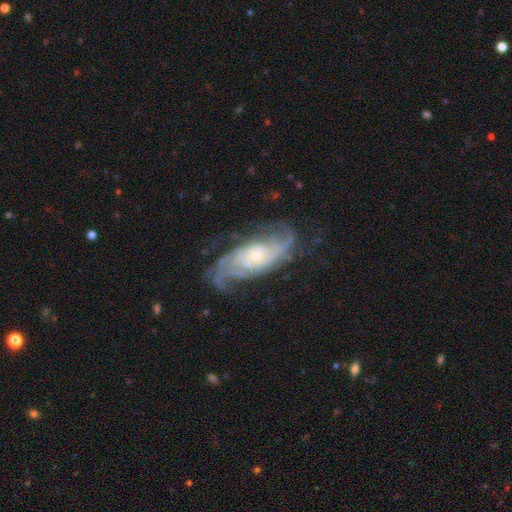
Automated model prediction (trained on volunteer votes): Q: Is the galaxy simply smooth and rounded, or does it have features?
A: featured or disk — 86%.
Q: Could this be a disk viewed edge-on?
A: no — 93%.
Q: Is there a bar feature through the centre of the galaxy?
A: no — 72%.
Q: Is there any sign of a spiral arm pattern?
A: yes — 96%.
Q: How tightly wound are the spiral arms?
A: tight — 43%.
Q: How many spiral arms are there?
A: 2 — 39%.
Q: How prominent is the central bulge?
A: small — 63%.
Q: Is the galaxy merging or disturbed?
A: none — 66%.